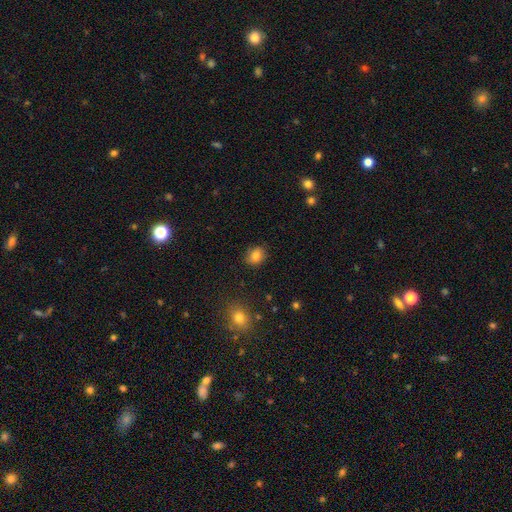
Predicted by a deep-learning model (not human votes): A smooth galaxy with no disk features (82%) that is round (54%).

Vote fractions:
- Smooth or featured? smooth: 82% / star or artifact: 11% / featured or disk: 7%
- How rounded? round: 54% / in between: 45% / cigar-shaped: 1%
- Merging? none: 85% / minor disturbance: 11% / major disturbance: 3% / merger: 1%